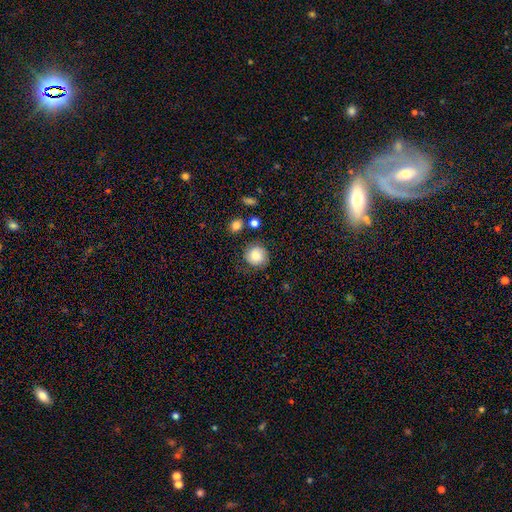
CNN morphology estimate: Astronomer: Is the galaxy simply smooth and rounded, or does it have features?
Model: smooth — 81%.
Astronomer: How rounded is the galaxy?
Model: round — 91%.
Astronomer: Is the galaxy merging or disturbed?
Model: none — 76%.